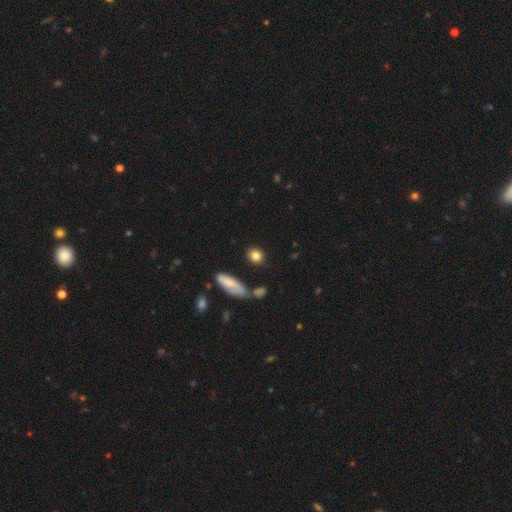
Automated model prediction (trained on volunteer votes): This is clearly a smooth galaxy (83%). How rounded: possibly round (58%). Merging: likely none (78%).